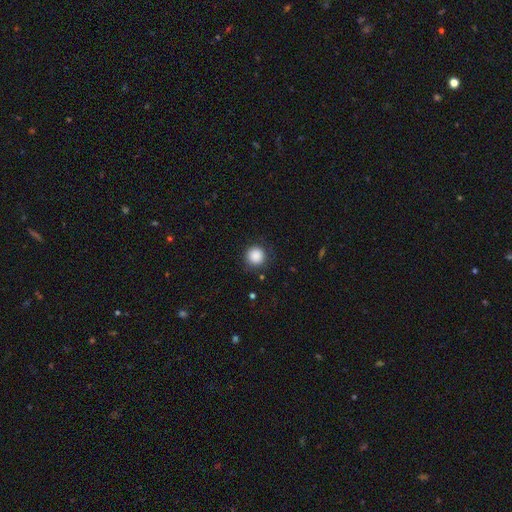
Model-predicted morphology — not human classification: smooth 88%, star or artifact 9%, featured or disk 3%. Down the decision tree: how rounded — round (94%); merging — none (87%).